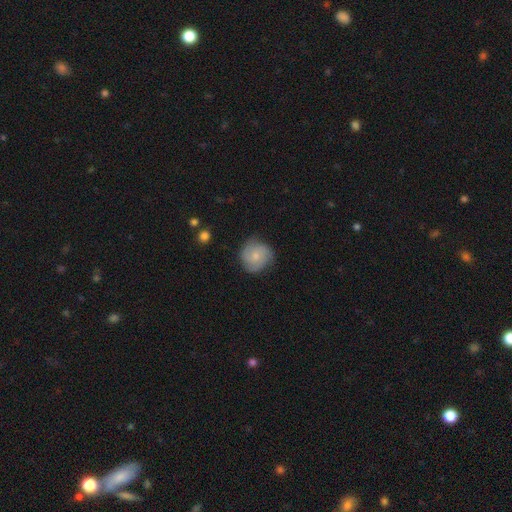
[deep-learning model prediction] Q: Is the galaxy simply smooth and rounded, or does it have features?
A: smooth — 51%.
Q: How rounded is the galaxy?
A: round — 89%.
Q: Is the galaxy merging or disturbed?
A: none — 76%.